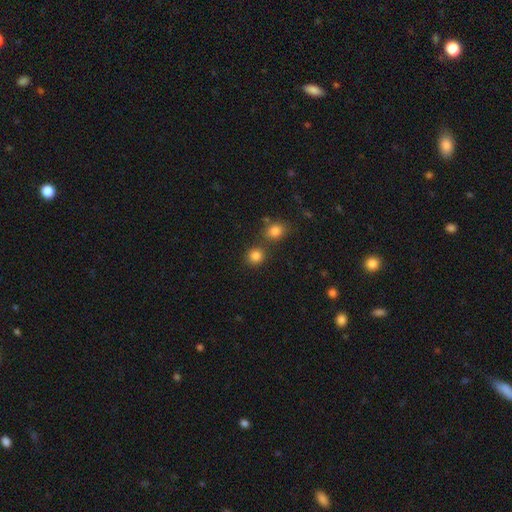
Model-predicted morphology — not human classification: Smooth or featured? smooth (84%)
How rounded? round (88%)
Merging? none (74%)